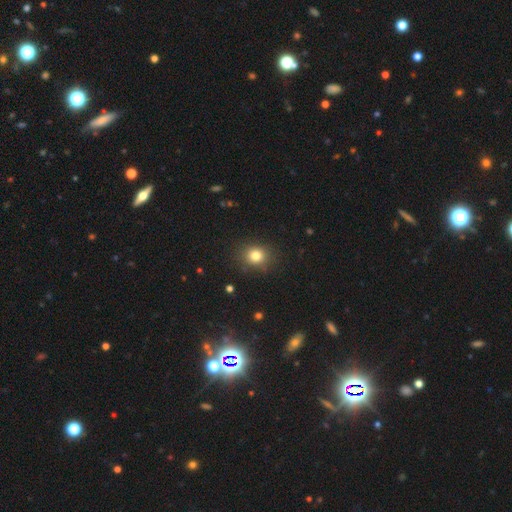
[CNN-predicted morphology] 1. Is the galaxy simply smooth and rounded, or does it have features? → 81% smooth, 13% star or artifact, 7% featured or disk.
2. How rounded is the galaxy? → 75% round, 24% in between, 1% cigar-shaped.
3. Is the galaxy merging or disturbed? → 86% none, 9% minor disturbance, 3% major disturbance, 1% merger.